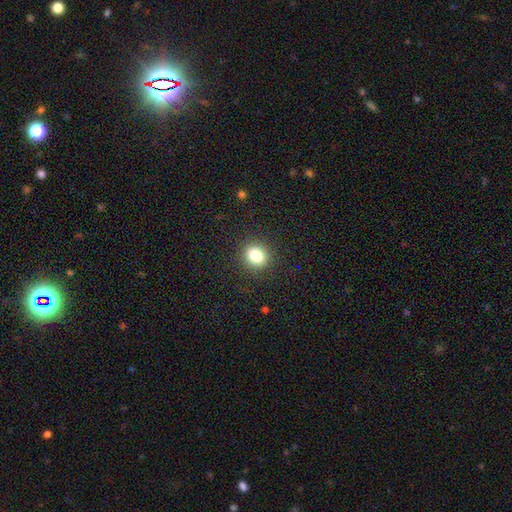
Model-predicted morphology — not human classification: Smooth or featured? Predicted: smooth (p=0.83). How rounded? Predicted: round (p=0.72). Merging? Predicted: none (p=0.88).